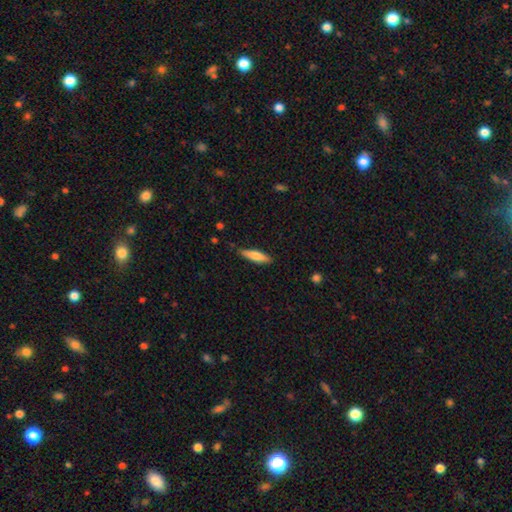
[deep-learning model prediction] Q: Smooth or featured?
A: smooth (71%); runner-up: featured or disk (23%)
Q: How rounded?
A: cigar-shaped (68%); runner-up: in between (30%)
Q: Merging?
A: none (83%); runner-up: minor disturbance (13%)